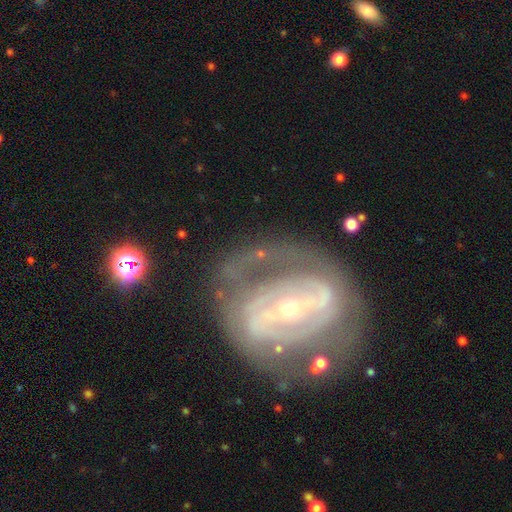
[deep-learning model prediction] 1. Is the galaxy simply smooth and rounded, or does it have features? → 83% featured or disk, 10% smooth, 7% star or artifact.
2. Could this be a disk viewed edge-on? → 95% no, 5% yes.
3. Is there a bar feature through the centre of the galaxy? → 54% strong, 28% weak, 17% no.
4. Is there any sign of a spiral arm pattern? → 73% yes, 27% no.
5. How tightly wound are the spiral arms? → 50% tight, 35% medium, 15% loose.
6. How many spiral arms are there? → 50% 2, 32% can't tell, 7% 3, 5% 1, 4% 4, 3% more than 4.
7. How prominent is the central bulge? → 74% small, 21% moderate, 2% large, 1% none, 1% dominant.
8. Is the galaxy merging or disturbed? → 62% none, 18% minor disturbance, 17% major disturbance, 3% merger.